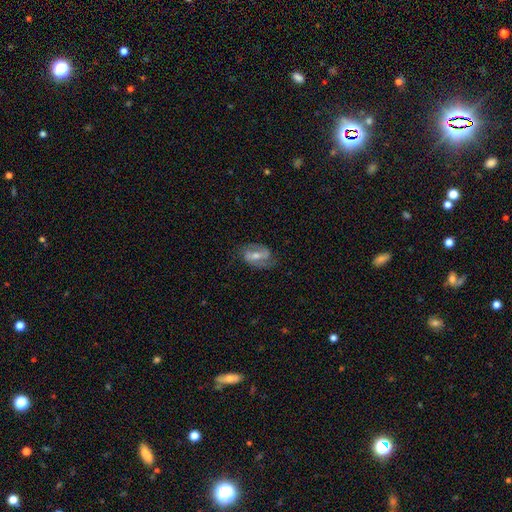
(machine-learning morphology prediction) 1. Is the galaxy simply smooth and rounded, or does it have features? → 74% featured or disk, 19% smooth, 6% star or artifact.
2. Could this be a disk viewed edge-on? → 95% no, 5% yes.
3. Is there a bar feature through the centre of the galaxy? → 47% strong, 37% weak, 16% no.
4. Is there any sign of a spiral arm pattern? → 87% yes, 13% no.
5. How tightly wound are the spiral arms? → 47% medium, 29% loose, 25% tight.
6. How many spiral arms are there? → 85% 2, 7% can't tell, 5% 1, 1% 3, 1% 4, 1% more than 4.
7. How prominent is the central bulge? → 58% moderate, 34% small, 4% large, 3% none, 1% dominant.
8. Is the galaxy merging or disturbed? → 71% none, 18% minor disturbance, 10% major disturbance, 1% merger.